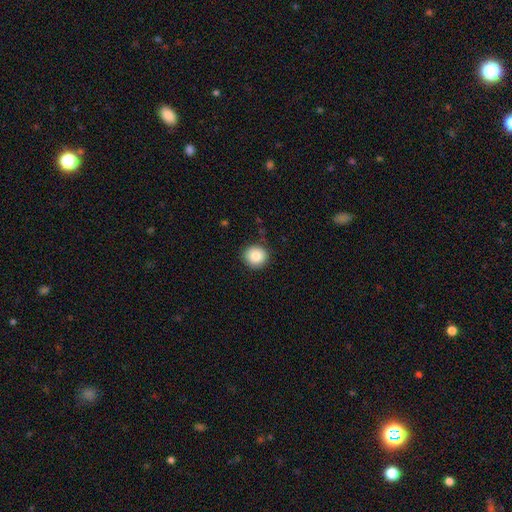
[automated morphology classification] Smooth or featured? Predicted: smooth (p=0.84). How rounded? Predicted: round (p=0.90). Merging? Predicted: none (p=0.86).